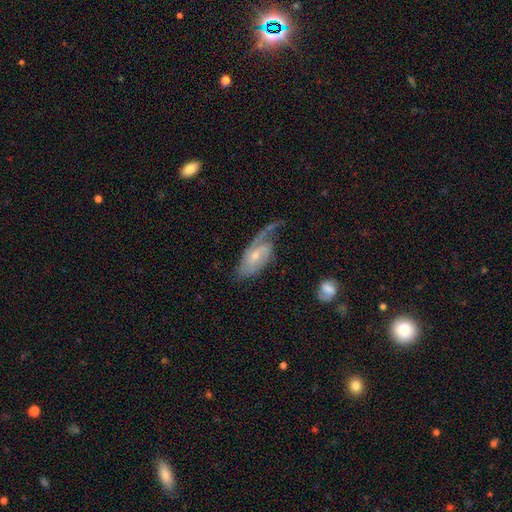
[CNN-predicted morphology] This is likely a featured or disk galaxy (75%). It is clearly not viewed edge-on (93%). Bar: possibly no (50%). Spiral arm pattern: clearly yes (90%). Spiral arm count: marginally 2 (38%). Spiral winding: marginally medium (41%). Central bulge: possibly small (56%). Merging: marginally none (36%).